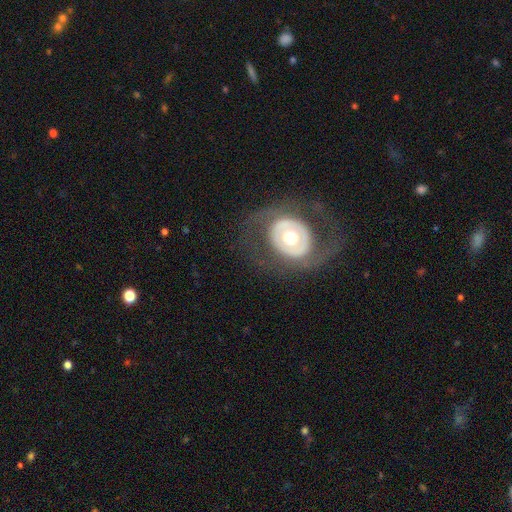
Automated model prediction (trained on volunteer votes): The model was most divided on "spiral winding" (2-way tie): tight: 41%, medium: 41%, loose: 18%. More confident: edge-on disk — no (97%); smooth or featured — featured or disk (78%); spiral arms — yes (78%); spiral arm count — 2 (76%); merging — none (75%); bar — no (59%); bulge size — moderate (53%).